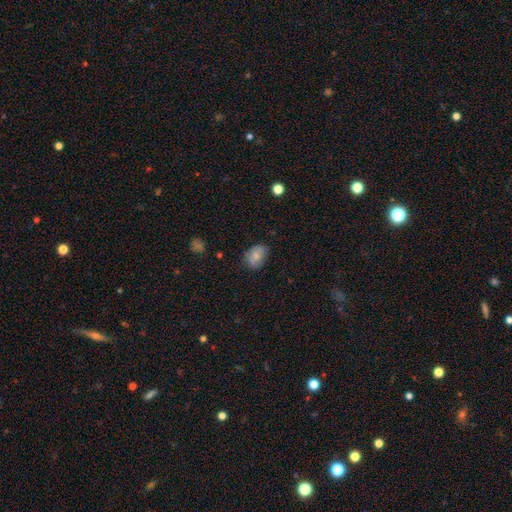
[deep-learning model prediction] smooth 78%, featured or disk 14%, star or artifact 8%. Down the decision tree: how rounded — in between (74%); merging — none (70%).